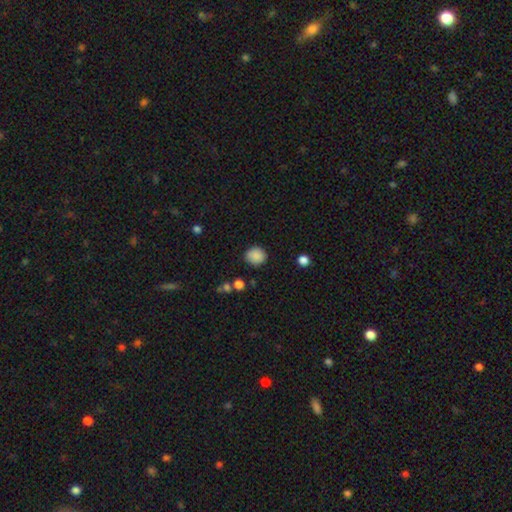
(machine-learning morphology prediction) Smooth or featured?
  - smooth: 87% *
  - star or artifact: 9%
  - featured or disk: 4%
How rounded?
  - round: 81% *
  - in between: 18%
  - cigar-shaped: 1%
Merging?
  - none: 84% *
  - minor disturbance: 11%
  - major disturbance: 3%
  - merger: 2%